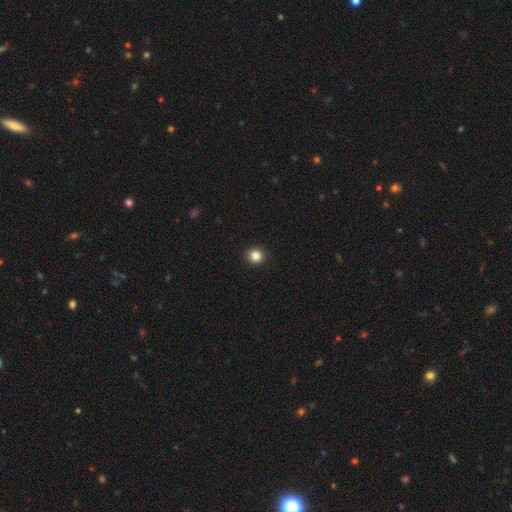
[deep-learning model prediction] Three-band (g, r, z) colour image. It shows a smooth galaxy with no disk features (84%) that is round (91%). Merging: none (93%).